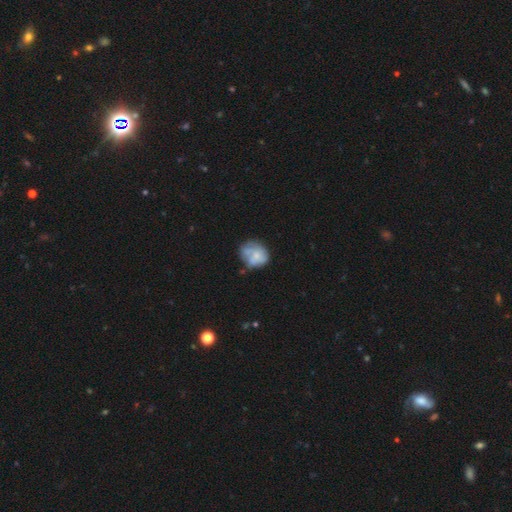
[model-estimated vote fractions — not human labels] Smooth or featured? Predicted: smooth (p=0.53). How rounded? Predicted: round (p=0.63). Merging? Predicted: none (p=0.49).